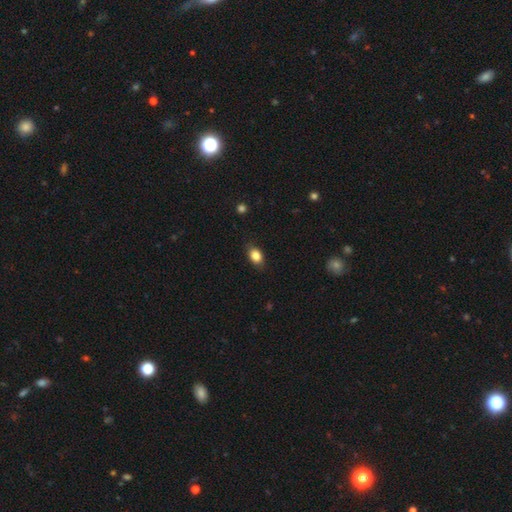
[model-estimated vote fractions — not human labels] smooth_or_featured: smooth (p=0.85) [alt: star or artifact p=0.09]
how_rounded: in between (p=0.78) [alt: round p=0.21]
merging: none (p=0.84) [alt: minor disturbance p=0.13]